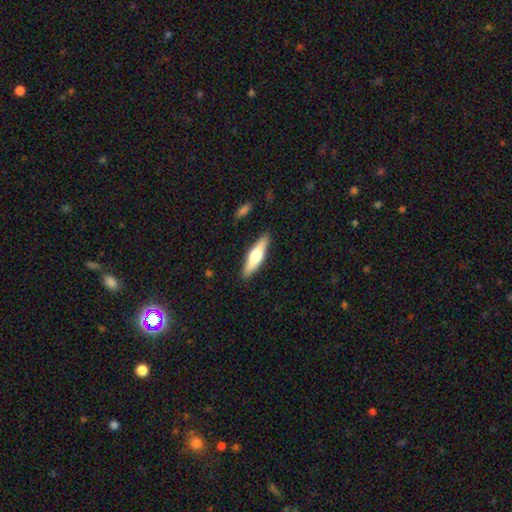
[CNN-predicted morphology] Smooth or featured? Predicted: smooth (p=0.50). How rounded? Predicted: cigar-shaped (p=0.68). Merging? Predicted: none (p=0.89).